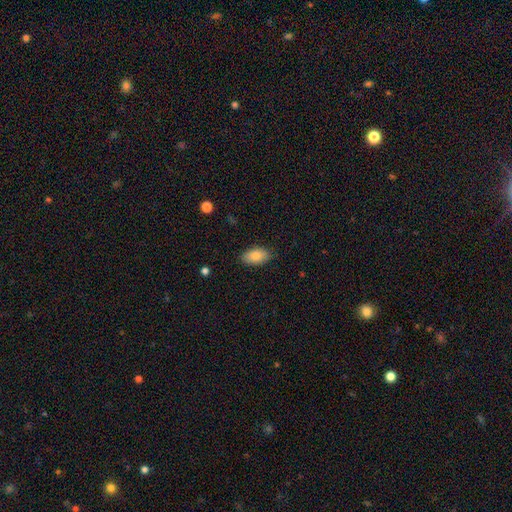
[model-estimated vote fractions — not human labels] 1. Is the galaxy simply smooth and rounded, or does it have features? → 84% smooth, 9% featured or disk, 7% star or artifact.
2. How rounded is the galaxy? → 93% in between, 4% round, 3% cigar-shaped.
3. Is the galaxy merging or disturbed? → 85% none, 12% minor disturbance, 2% major disturbance, 1% merger.